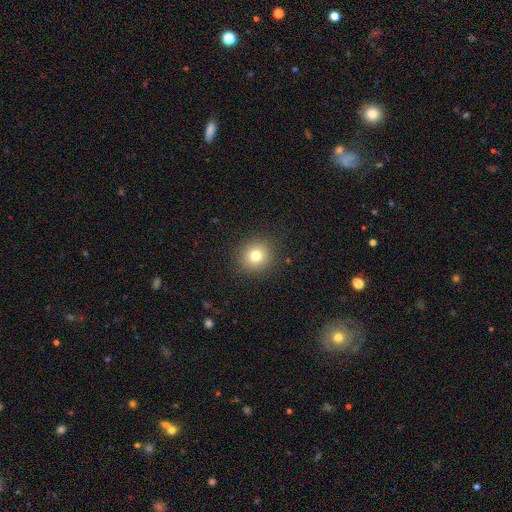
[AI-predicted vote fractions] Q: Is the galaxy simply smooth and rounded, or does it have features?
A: smooth — 77%.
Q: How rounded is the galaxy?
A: round — 89%.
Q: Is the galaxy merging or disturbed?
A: none — 90%.